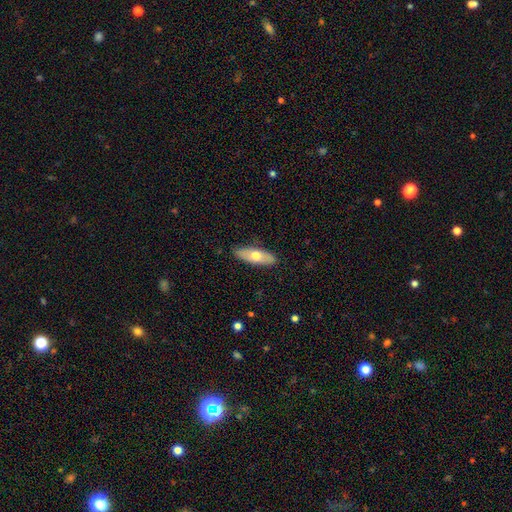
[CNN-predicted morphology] Smooth or featured? smooth (62%)
How rounded? in between (61%)
Merging? none (87%)